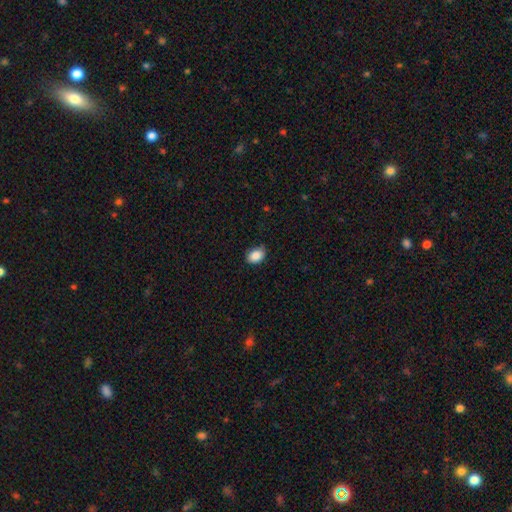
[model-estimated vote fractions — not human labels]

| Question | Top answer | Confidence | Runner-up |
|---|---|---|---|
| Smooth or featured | smooth | 88% | star or artifact (8%) |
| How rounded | in between | 72% | round (27%) |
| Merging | none | 75% | minor disturbance (20%) |